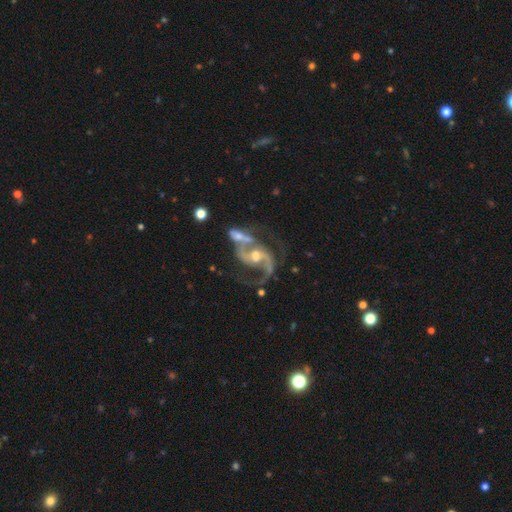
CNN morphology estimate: Q: Smooth or featured?
A: featured or disk (85%); runner-up: star or artifact (8%)
Q: Edge-on disk?
A: no (97%); runner-up: yes (3%)
Q: Bar?
A: no (45%); runner-up: weak (38%)
Q: Spiral arms?
A: yes (92%); runner-up: no (8%)
Q: Spiral winding?
A: medium (46%); runner-up: loose (37%)
Q: Spiral arm count?
A: 2 (78%); runner-up: can't tell (7%)
Q: Bulge size?
A: moderate (46%); runner-up: small (45%)
Q: Merging?
A: merger (44%); runner-up: none (29%)